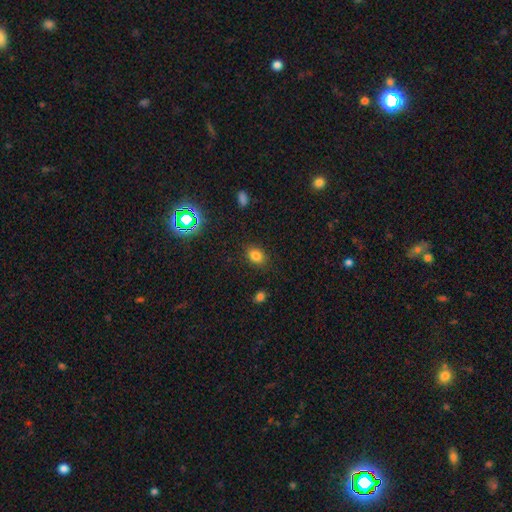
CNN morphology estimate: Smooth or featured?
  - smooth: 79% *
  - star or artifact: 14%
  - featured or disk: 7%
How rounded?
  - in between: 68% *
  - round: 31%
  - cigar-shaped: 1%
Merging?
  - none: 85% *
  - minor disturbance: 11%
  - major disturbance: 3%
  - merger: 2%